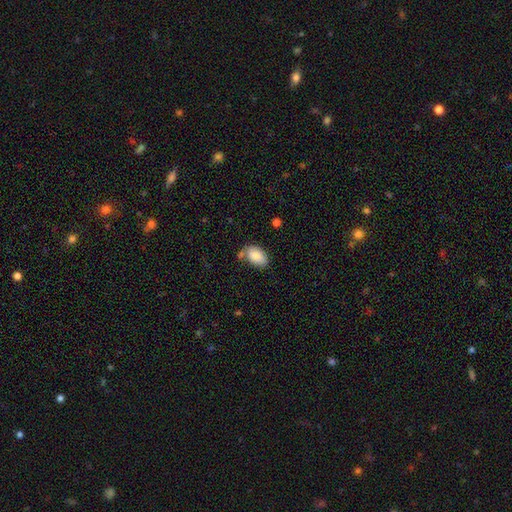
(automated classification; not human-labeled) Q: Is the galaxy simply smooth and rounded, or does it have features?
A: smooth — 84%.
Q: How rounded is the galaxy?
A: in between — 93%.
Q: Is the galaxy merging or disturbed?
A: none — 64%.